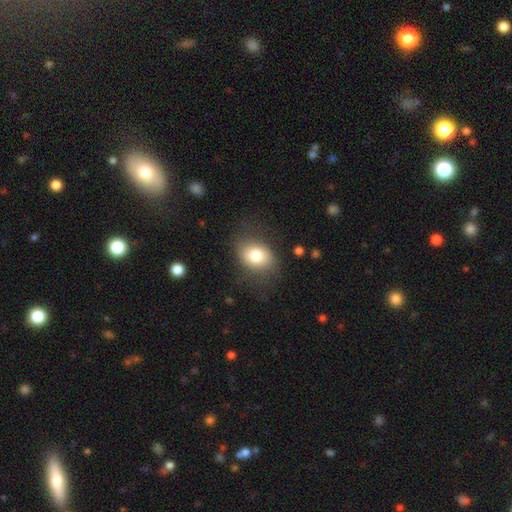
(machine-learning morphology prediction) Smooth or featured: smooth — 78% (featured or disk — 14%)
How rounded: in between — 63% (round — 36%)
Merging: none — 70% (minor disturbance — 19%)